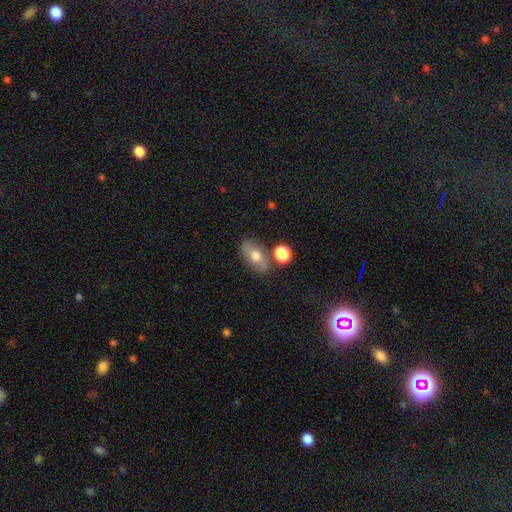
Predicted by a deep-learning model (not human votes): Q: Smooth or featured?
A: smooth (66%); runner-up: featured or disk (25%)
Q: How rounded?
A: in between (83%); runner-up: round (14%)
Q: Merging?
A: none (71%); runner-up: minor disturbance (14%)